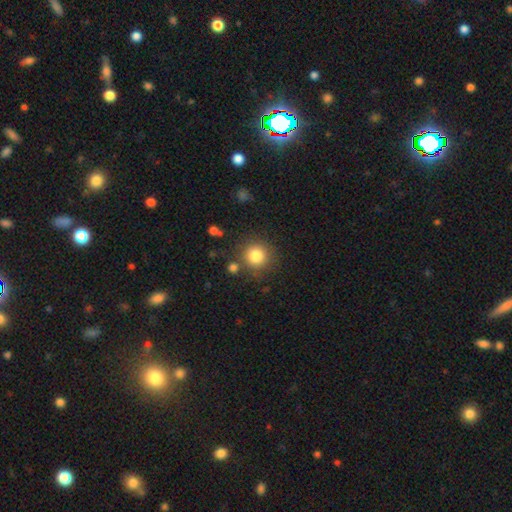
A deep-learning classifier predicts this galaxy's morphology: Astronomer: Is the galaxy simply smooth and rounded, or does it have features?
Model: smooth — 82%.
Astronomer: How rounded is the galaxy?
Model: round — 92%.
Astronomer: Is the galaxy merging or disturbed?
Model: none — 82%.